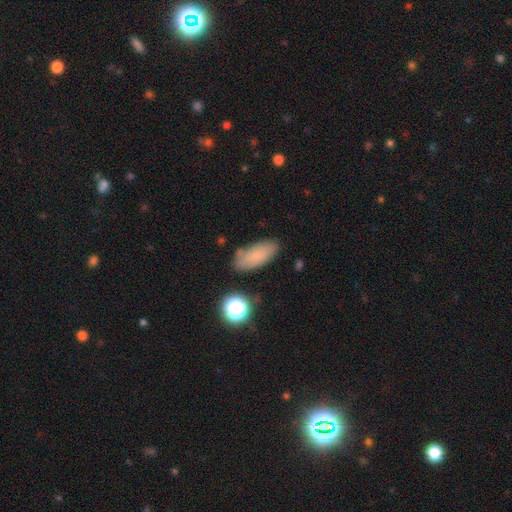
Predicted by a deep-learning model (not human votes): Q: Smooth or featured?
A: smooth (76%); runner-up: featured or disk (13%)
Q: How rounded?
A: in between (83%); runner-up: cigar-shaped (13%)
Q: Merging?
A: none (77%); runner-up: minor disturbance (16%)